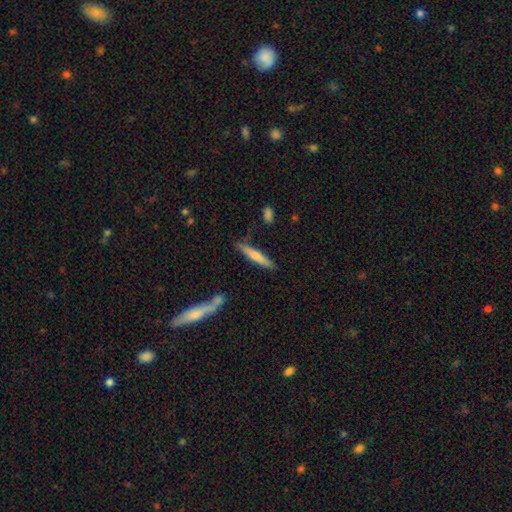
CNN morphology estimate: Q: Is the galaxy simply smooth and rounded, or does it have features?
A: smooth — 59%.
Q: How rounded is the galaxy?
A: cigar-shaped — 89%.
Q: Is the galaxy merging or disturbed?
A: none — 79%.